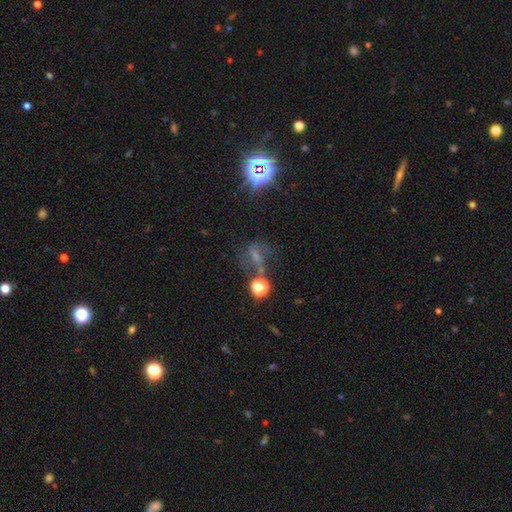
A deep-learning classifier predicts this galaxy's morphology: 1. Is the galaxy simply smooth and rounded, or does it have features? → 40% smooth, 31% star or artifact, 29% featured or disk.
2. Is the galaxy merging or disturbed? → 43% none, 24% major disturbance, 20% minor disturbance, 12% merger.